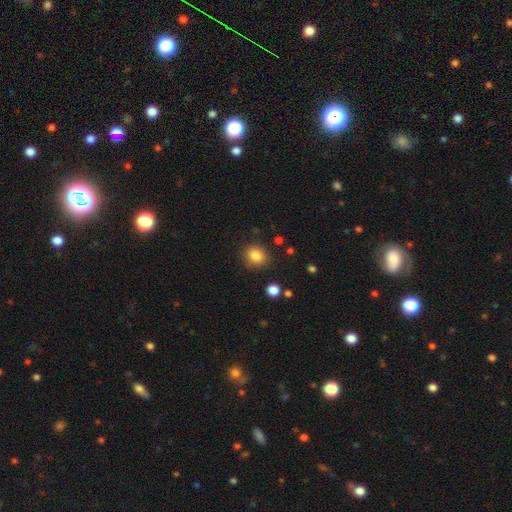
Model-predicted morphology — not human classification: Smooth or featured: smooth — 84% (star or artifact — 11%)
How rounded: round — 82% (in between — 18%)
Merging: none — 86% (minor disturbance — 9%)